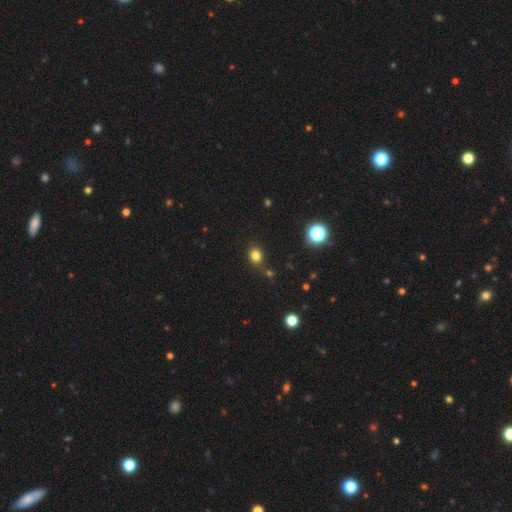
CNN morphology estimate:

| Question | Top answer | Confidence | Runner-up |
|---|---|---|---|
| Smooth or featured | smooth | 79% | star or artifact (15%) |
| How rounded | round | 64% | in between (35%) |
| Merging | none | 81% | minor disturbance (11%) |